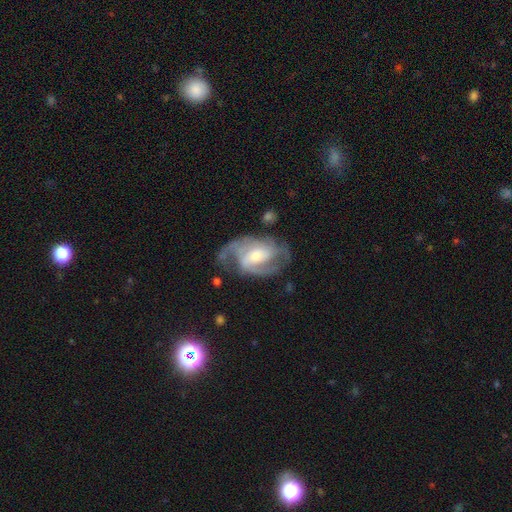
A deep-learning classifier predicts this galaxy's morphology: Smooth or featured? Predicted: featured or disk (p=0.86). Edge-on disk? Predicted: no (p=0.97). Bar? Predicted: weak (p=0.44). Spiral arms? Predicted: yes (p=0.95). Spiral winding? Predicted: medium (p=0.49). Spiral arm count? Predicted: 2 (p=0.61). Bulge size? Predicted: moderate (p=0.49). Merging? Predicted: none (p=0.60).